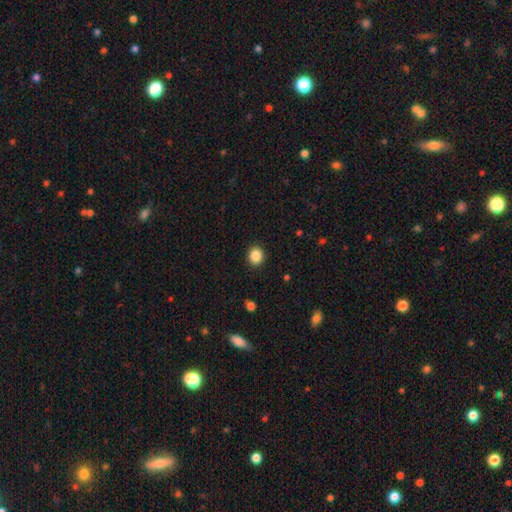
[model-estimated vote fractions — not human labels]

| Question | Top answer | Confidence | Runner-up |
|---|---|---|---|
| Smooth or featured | smooth | 87% | star or artifact (10%) |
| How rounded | round | 81% | in between (18%) |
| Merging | none | 92% | minor disturbance (5%) |